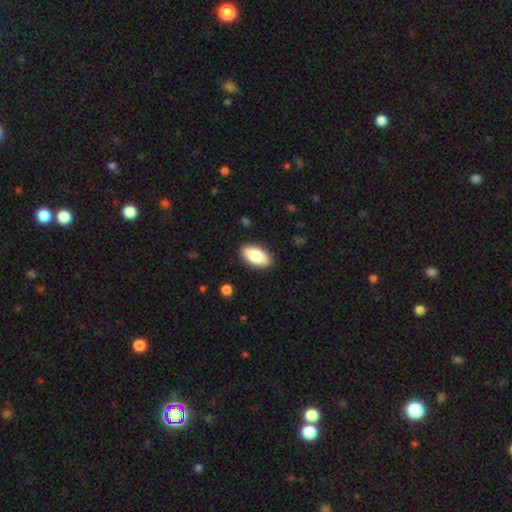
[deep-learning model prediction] A smooth galaxy with no disk features (82%) that is in between round and cigar-shaped (91%). Merging: none (89%).